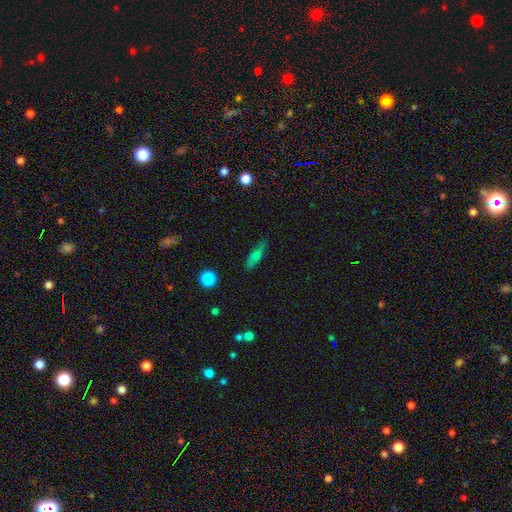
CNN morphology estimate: A smooth galaxy with no disk features (59%) that is cigar-shaped (62%). Merging: none (77%).